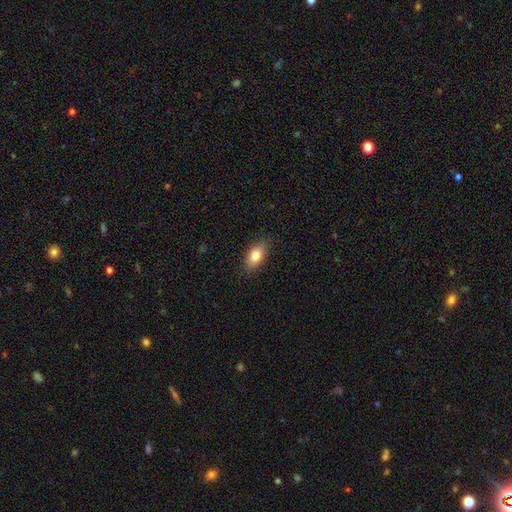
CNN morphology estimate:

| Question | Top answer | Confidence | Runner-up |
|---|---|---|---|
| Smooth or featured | smooth | 81% | featured or disk (11%) |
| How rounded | in between | 87% | cigar-shaped (7%) |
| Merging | none | 86% | minor disturbance (10%) |